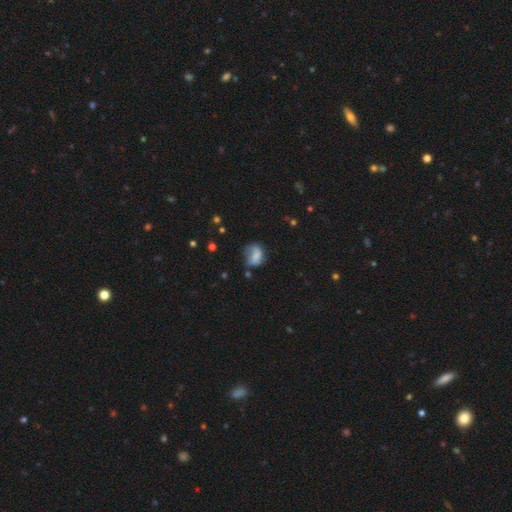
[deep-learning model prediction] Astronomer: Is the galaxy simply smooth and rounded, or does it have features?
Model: smooth — 68%.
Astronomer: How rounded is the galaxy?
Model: in between — 62%.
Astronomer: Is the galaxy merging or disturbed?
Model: none — 36% (runner-up: minor disturbance, 33%).